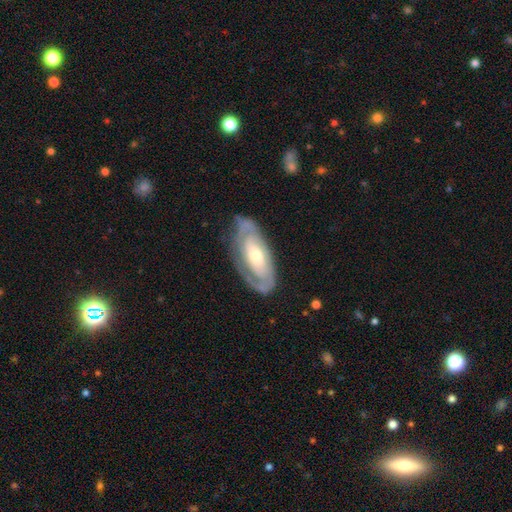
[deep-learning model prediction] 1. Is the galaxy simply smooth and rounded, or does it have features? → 76% featured or disk, 18% smooth, 6% star or artifact.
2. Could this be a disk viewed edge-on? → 90% no, 10% yes.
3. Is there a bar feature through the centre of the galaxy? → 65% no, 25% weak, 11% strong.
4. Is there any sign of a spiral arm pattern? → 78% yes, 22% no.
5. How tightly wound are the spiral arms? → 65% tight, 26% medium, 9% loose.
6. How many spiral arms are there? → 48% 2, 36% can't tell, 7% 1, 5% 3, 2% 4, 2% more than 4.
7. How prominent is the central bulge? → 60% moderate, 30% small, 7% large, 1% none, 1% dominant.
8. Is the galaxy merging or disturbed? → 76% none, 16% minor disturbance, 6% major disturbance, 1% merger.